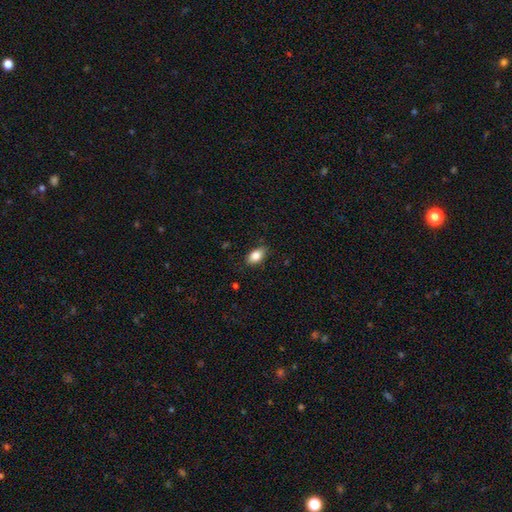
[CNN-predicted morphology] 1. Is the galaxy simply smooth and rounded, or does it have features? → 84% smooth, 8% star or artifact, 8% featured or disk.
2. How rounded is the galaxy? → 90% in between, 8% round, 2% cigar-shaped.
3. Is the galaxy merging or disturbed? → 84% none, 12% minor disturbance, 2% major disturbance, 1% merger.